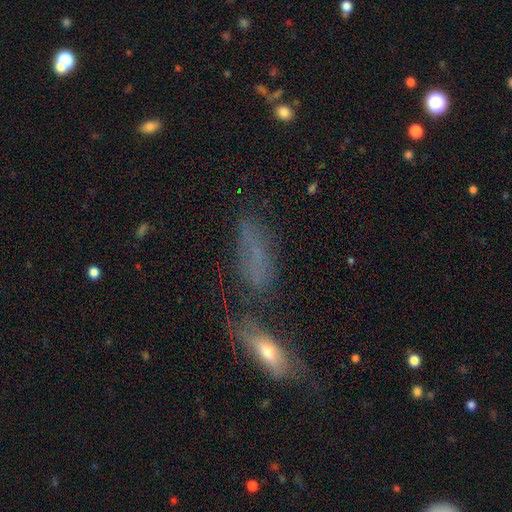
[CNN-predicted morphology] A smooth galaxy with no disk features (60%) that is in between round and cigar-shaped (67%). Merging: none (47%).